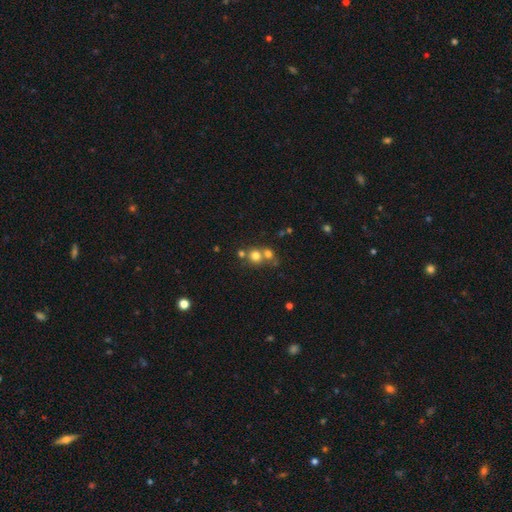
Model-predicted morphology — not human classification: Smooth or featured: smooth — 72% (star or artifact — 16%)
How rounded: round — 85% (in between — 14%)
Merging: none — 46% (merger — 44%)